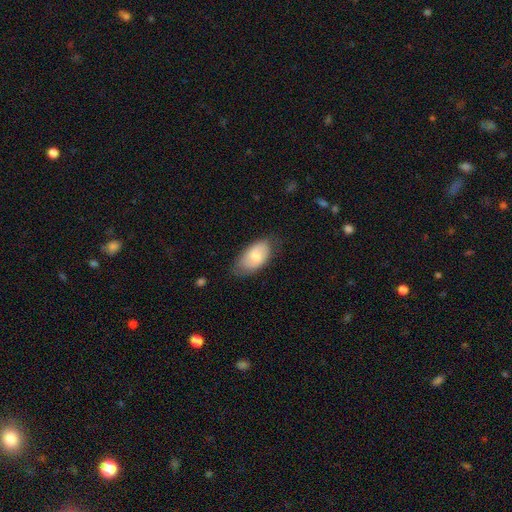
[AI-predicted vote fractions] smooth_or_featured: smooth (p=0.72) [alt: featured or disk p=0.22]
how_rounded: in between (p=0.94) [alt: round p=0.04]
merging: none (p=0.69) [alt: minor disturbance p=0.25]